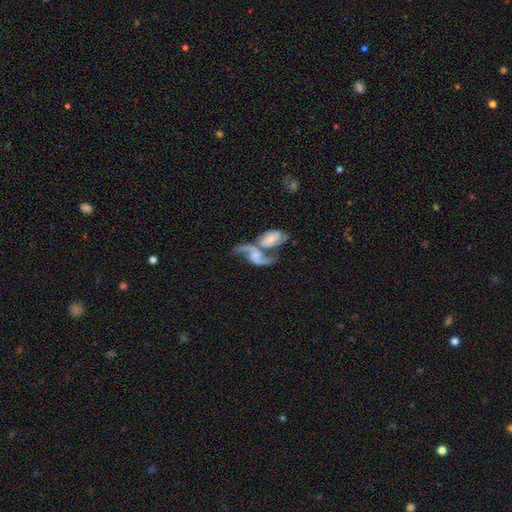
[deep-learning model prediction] smooth_or_featured: featured or disk (p=0.81) [alt: smooth p=0.13]
disk_edge_on: no (p=0.96) [alt: yes p=0.04]
bar: no (p=0.54) [alt: weak p=0.34]
has_spiral_arms: yes (p=0.93) [alt: no p=0.07]
spiral_winding: loose (p=0.80) [alt: medium p=0.16]
spiral_arm_count: 2 (p=0.87) [alt: 1 p=0.07]
bulge_size: small (p=0.43) [alt: moderate p=0.25]
merging: merger (p=0.66) [alt: none p=0.17]